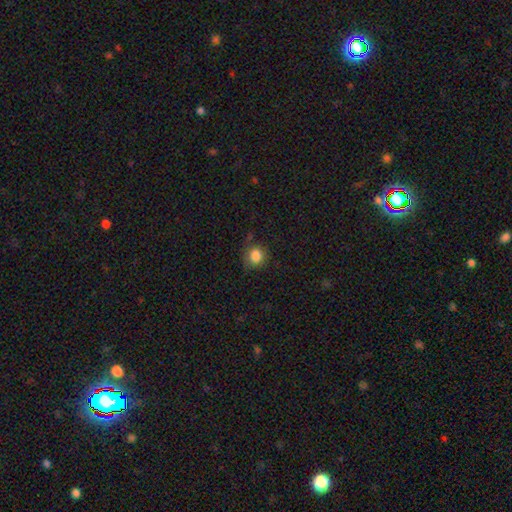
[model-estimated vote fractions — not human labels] Smooth or featured: smooth — 85% (star or artifact — 11%)
How rounded: round — 85% (in between — 14%)
Merging: none — 76% (minor disturbance — 17%)